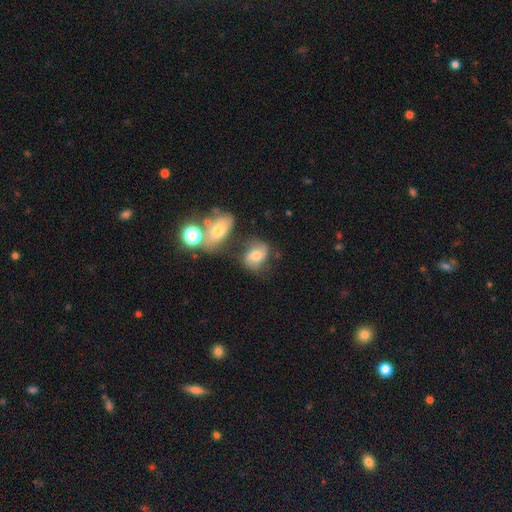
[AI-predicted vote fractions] smooth_or_featured: smooth (p=0.51) [alt: featured or disk p=0.38]
how_rounded: in between (p=0.58) [alt: round p=0.40]
merging: none (p=0.57) [alt: minor disturbance p=0.21]